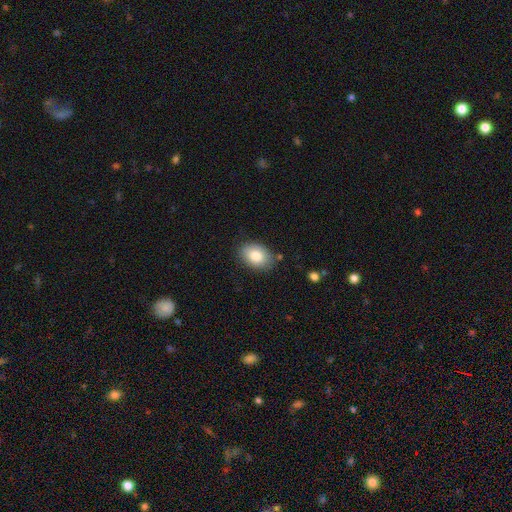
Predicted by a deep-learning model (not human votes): smooth_or_featured: smooth (p=0.83) [alt: featured or disk p=0.09]
how_rounded: in between (p=0.80) [alt: round p=0.18]
merging: none (p=0.82) [alt: minor disturbance p=0.13]